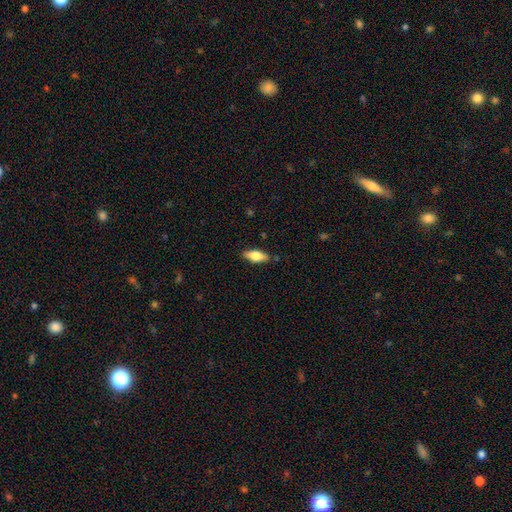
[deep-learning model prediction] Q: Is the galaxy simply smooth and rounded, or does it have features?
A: smooth — 67%.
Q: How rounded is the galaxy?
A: in between — 72%.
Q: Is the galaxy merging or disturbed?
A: none — 84%.